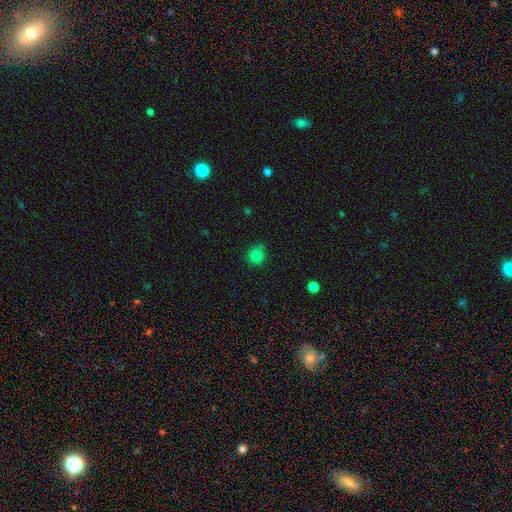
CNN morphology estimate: Smooth or featured? smooth (80%)
How rounded? round (86%)
Merging? none (76%)